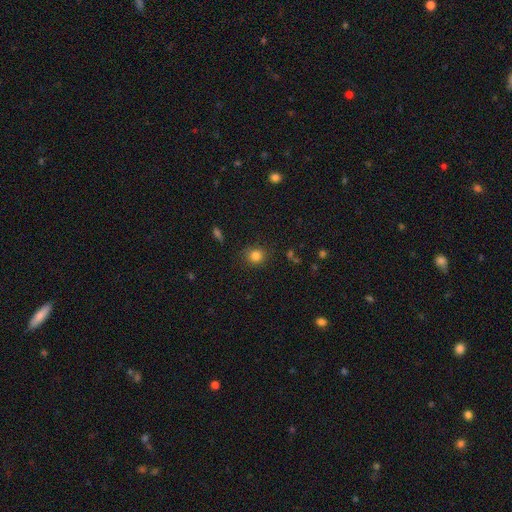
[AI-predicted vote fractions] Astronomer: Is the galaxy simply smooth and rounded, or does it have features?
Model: smooth — 83%.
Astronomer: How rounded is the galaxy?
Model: round — 83%.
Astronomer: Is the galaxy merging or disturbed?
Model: none — 83%.